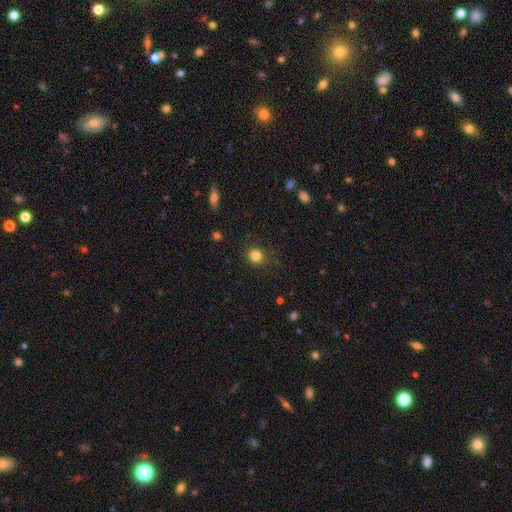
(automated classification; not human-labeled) smooth-or-featured: smooth: 83% | star or artifact: 12% | featured or disk: 5%
  how-rounded: round: 87% | in between: 12% | cigar-shaped: 1%
  merging: none: 87% | minor disturbance: 9% | major disturbance: 3% | merger: 1%